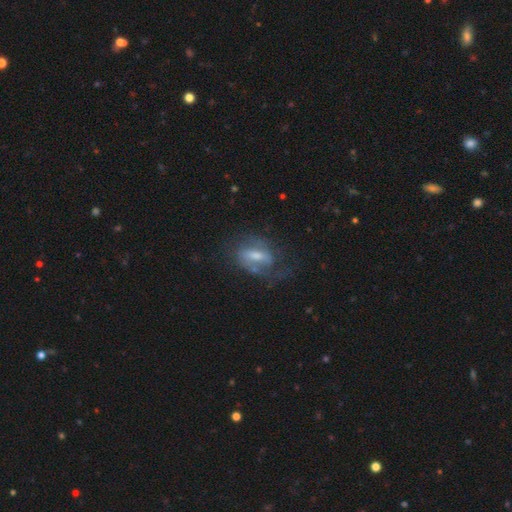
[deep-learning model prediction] A featured or disk galaxy (63%) with a weak bar (42%), spiral arms (70%) and a moderate central bulge (50%). Merging: none (50%).